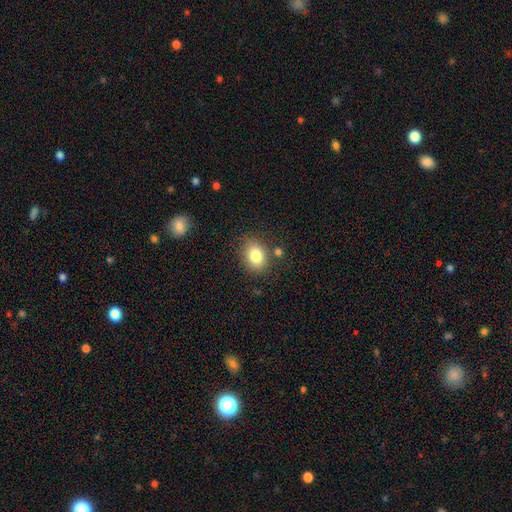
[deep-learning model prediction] This appears to be a smooth galaxy with no disk features (82%) that is in between round and cigar-shaped (59%). Merging: none (78%).